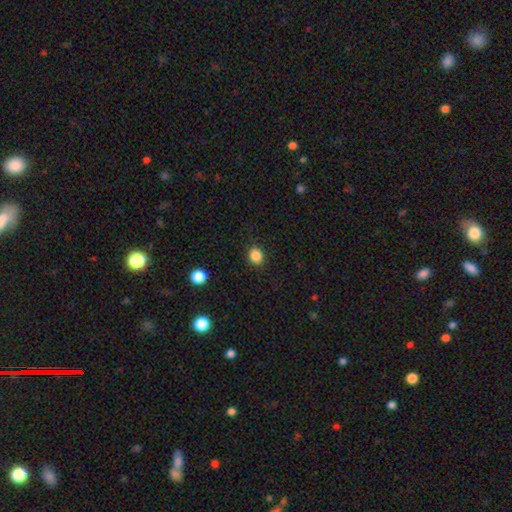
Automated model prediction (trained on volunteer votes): Smooth or featured: smooth — 86% (star or artifact — 11%)
How rounded: round — 76% (in between — 23%)
Merging: none — 89% (minor disturbance — 8%)